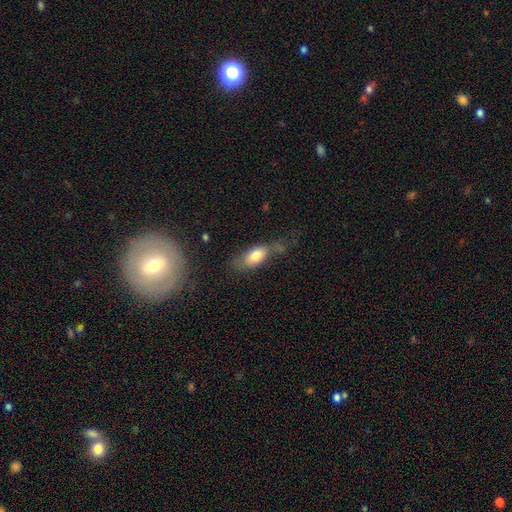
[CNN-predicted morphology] This is likely a smooth galaxy (75%). How rounded: clearly in between (85%). Merging: possibly none (47%).